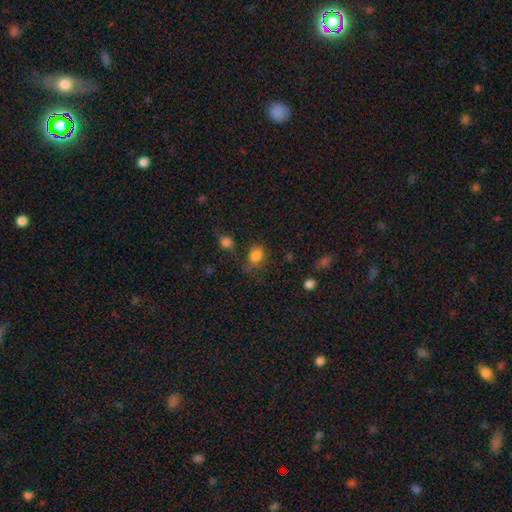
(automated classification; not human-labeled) A smooth galaxy with no disk features (82%) that is in between round and cigar-shaped (59%).

Vote fractions:
- Smooth or featured? smooth: 82% / star or artifact: 12% / featured or disk: 6%
- How rounded? in between: 59% / round: 39% / cigar-shaped: 1%
- Merging? none: 59% / minor disturbance: 23% / major disturbance: 10% / merger: 8%